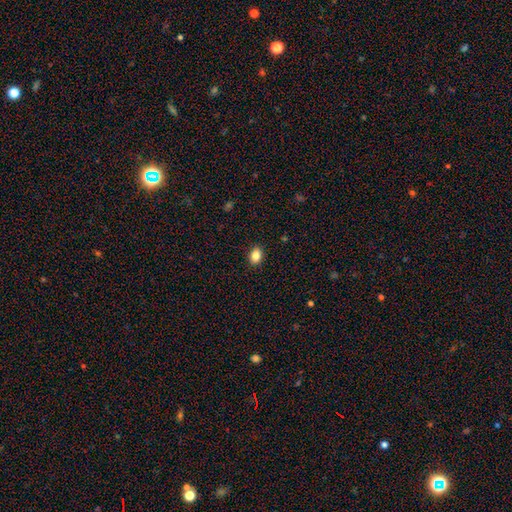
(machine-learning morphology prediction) This appears to be a smooth galaxy with no disk features (86%) that is in between round and cigar-shaped (74%). Merging: none (90%).